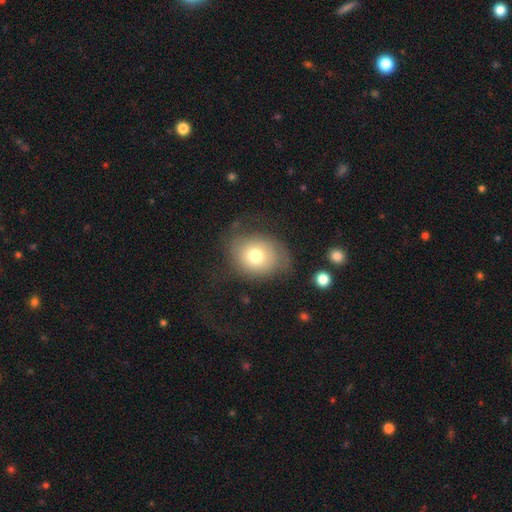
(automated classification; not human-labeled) This is likely a smooth galaxy (69%). How rounded: likely round (61%). Merging: possibly none (57%).